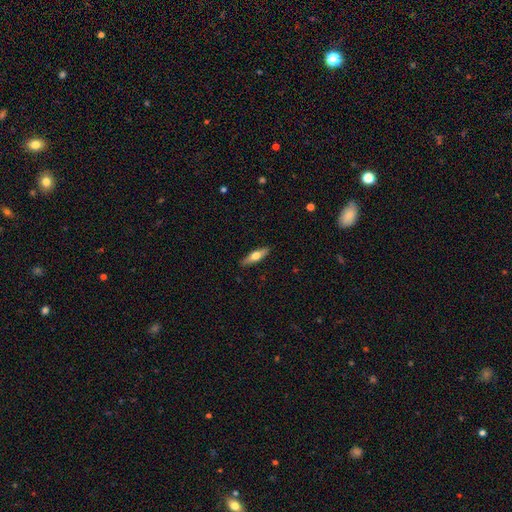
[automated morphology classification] smooth_or_featured: smooth (p=0.51) [alt: featured or disk p=0.43]
how_rounded: cigar-shaped (p=0.66) [alt: in between p=0.32]
merging: none (p=0.89) [alt: minor disturbance p=0.08]